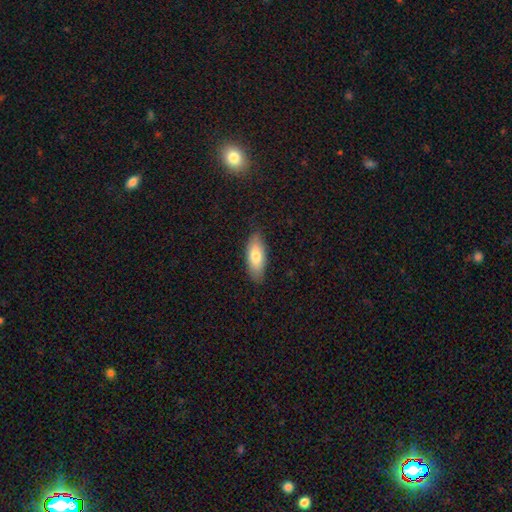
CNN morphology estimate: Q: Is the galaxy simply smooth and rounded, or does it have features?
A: smooth — 76%.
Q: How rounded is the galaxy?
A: in between — 78%.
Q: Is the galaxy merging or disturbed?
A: none — 84%.